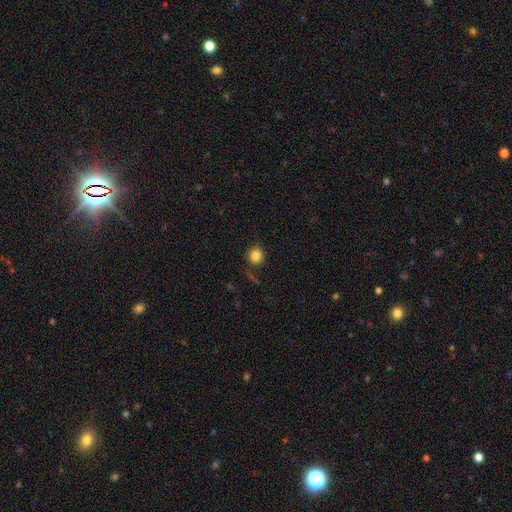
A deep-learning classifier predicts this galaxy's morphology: smooth-or-featured: smooth: 83% | star or artifact: 11% | featured or disk: 6%
  how-rounded: round: 87% | in between: 12% | cigar-shaped: 1%
  merging: none: 85% | minor disturbance: 9% | major disturbance: 4% | merger: 2%